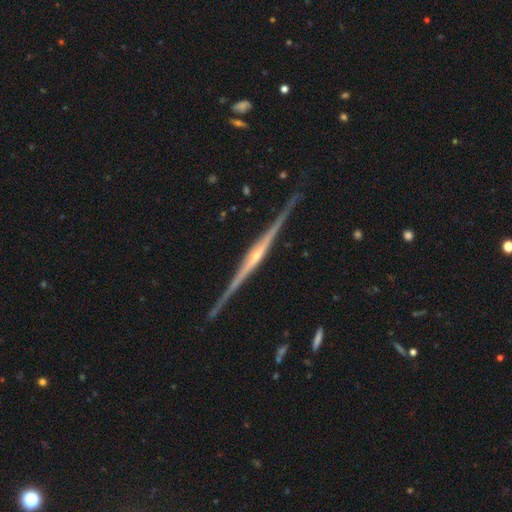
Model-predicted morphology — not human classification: type=featured or disk (90%); edge-on=yes (98%); edge-on bulge=rounded (76%); merging=none (89%).